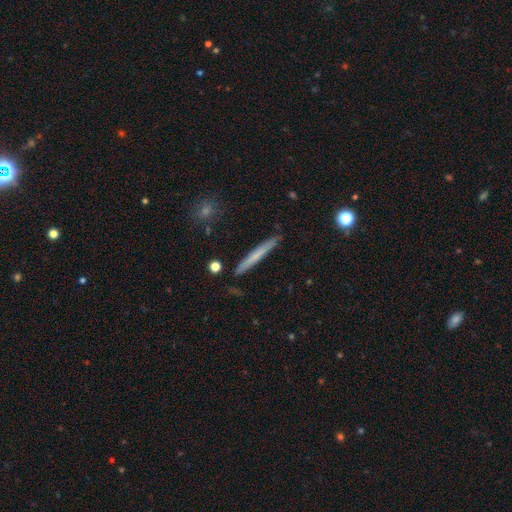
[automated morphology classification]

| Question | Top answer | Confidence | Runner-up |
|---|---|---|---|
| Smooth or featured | smooth | 58% | featured or disk (36%) |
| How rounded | cigar-shaped | 96% | in between (2%) |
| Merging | none | 89% | minor disturbance (8%) |